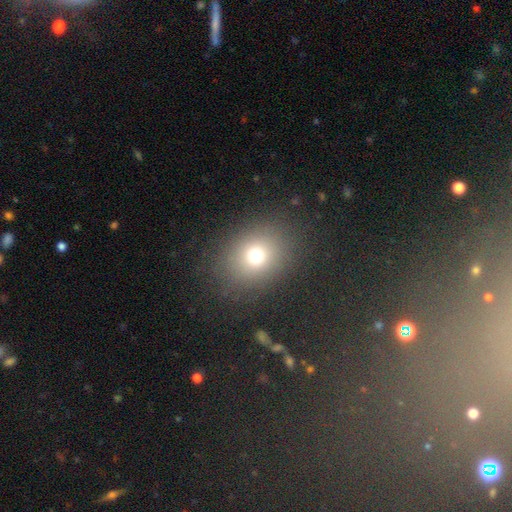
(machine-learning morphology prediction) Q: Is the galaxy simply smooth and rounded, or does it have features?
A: smooth — 72%.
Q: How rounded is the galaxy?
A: round — 58%.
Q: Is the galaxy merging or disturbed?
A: none — 84%.